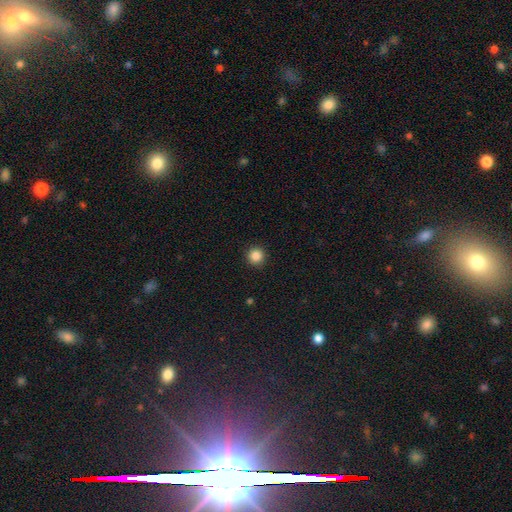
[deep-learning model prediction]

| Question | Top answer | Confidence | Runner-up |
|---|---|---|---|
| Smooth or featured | smooth | 86% | star or artifact (11%) |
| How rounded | round | 95% | in between (4%) |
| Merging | none | 92% | minor disturbance (5%) |